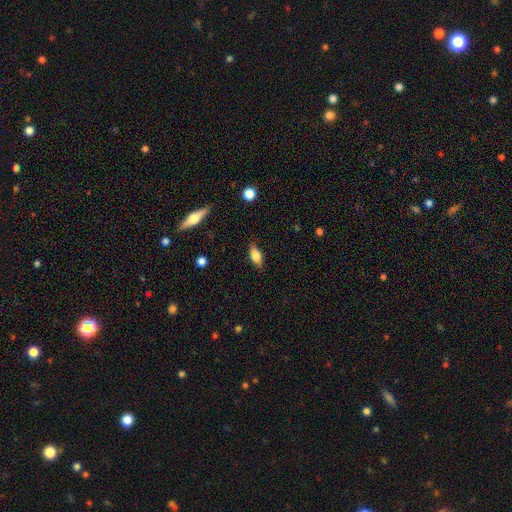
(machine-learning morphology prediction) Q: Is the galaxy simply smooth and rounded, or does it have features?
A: smooth — 68%.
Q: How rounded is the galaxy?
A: in between — 78%.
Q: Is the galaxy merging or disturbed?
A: none — 84%.